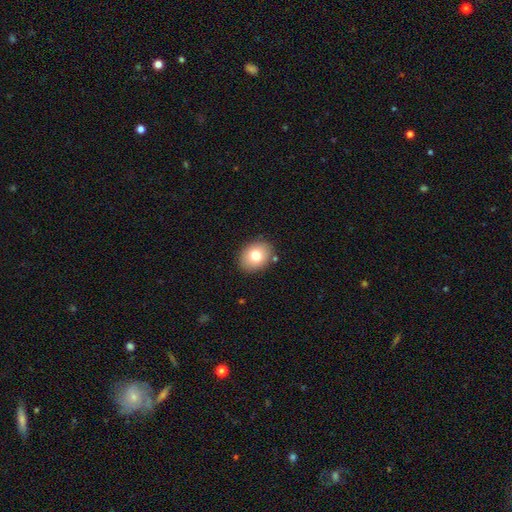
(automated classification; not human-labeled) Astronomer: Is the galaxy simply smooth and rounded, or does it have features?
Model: smooth — 77%.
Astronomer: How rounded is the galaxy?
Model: in between — 54% (runner-up: round, 45%).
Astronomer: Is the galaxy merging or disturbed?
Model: none — 86%.